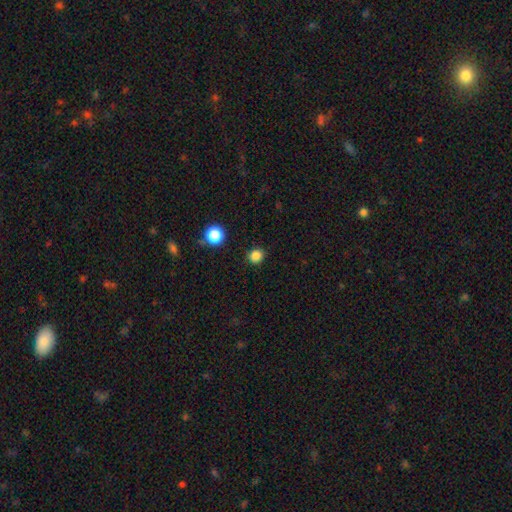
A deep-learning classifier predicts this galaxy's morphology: This is clearly a smooth galaxy (83%). How rounded: clearly round (85%). Merging: clearly none (89%).